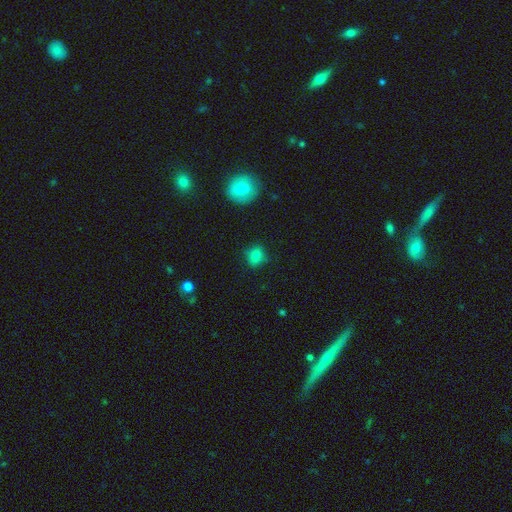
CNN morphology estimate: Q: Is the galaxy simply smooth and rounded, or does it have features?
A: smooth — 79%.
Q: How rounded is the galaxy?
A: round — 62%.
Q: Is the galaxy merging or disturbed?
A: none — 74%.